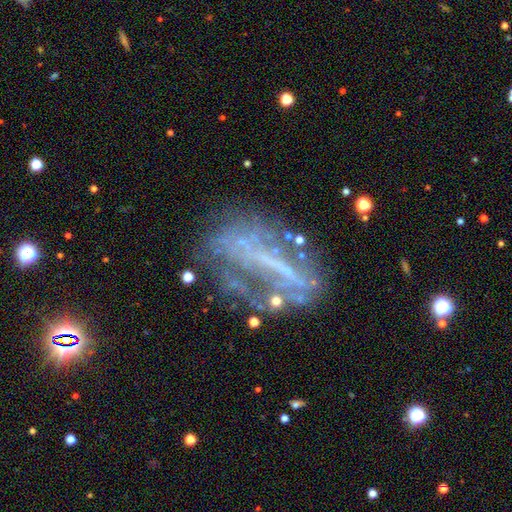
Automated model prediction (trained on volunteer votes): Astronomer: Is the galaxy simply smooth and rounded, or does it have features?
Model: featured or disk — 62%.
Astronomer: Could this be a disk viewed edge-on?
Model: no — 84%.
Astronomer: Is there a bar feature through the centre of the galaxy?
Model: strong — 43% (runner-up: no, 37%).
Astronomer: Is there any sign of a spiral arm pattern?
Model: no — 68%.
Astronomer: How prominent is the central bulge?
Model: none — 70%.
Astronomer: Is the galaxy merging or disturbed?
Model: none — 45% (runner-up: major disturbance, 26%).